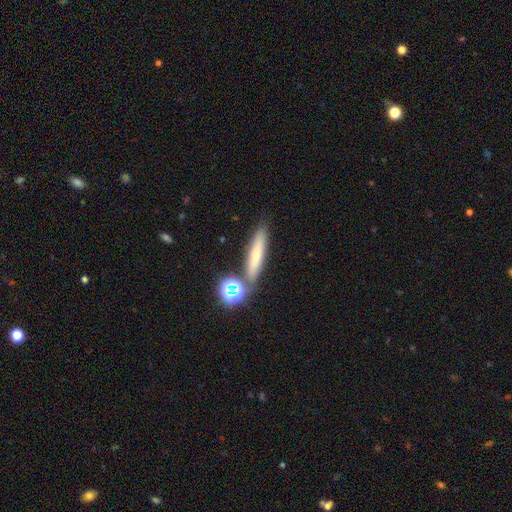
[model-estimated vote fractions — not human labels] Smooth or featured? Predicted: smooth (p=0.51). How rounded? Predicted: cigar-shaped (p=0.77). Merging? Predicted: none (p=0.72).